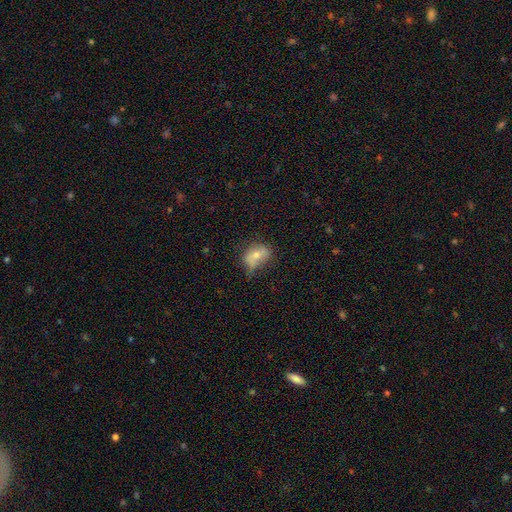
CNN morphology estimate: smooth 65%, featured or disk 26%, star or artifact 9%. Down the decision tree: how rounded — in between (76%); merging — none (47%).